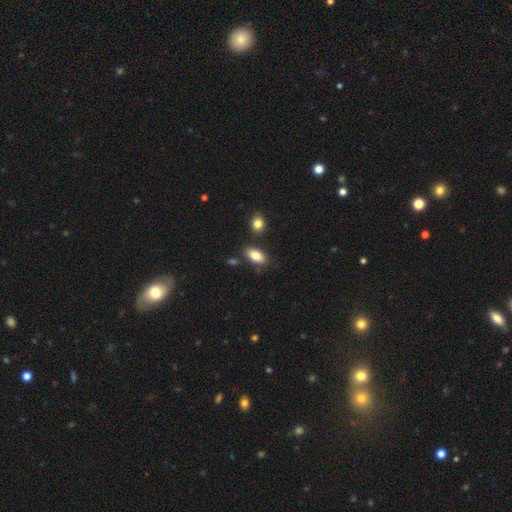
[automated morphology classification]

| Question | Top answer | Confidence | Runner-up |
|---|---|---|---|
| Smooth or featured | smooth | 82% | featured or disk (11%) |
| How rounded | in between | 90% | cigar-shaped (5%) |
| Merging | none | 78% | minor disturbance (12%) |